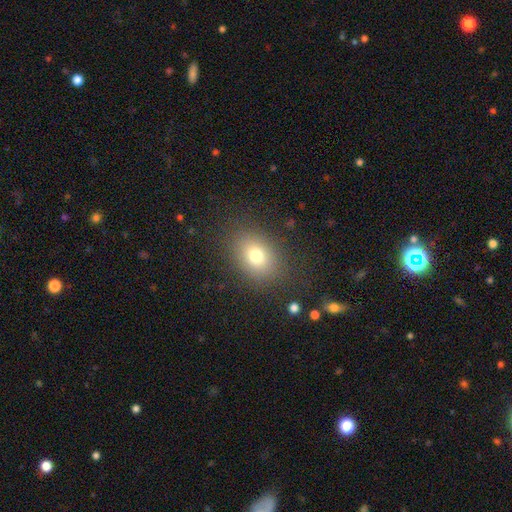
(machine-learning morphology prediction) A smooth galaxy with no disk features (74%) that is in between round and cigar-shaped (59%).

Vote fractions:
- Smooth or featured? smooth: 74% / star or artifact: 14% / featured or disk: 12%
- How rounded? in between: 59% / round: 40% / cigar-shaped: 1%
- Merging? none: 83% / minor disturbance: 10% / major disturbance: 5% / merger: 1%